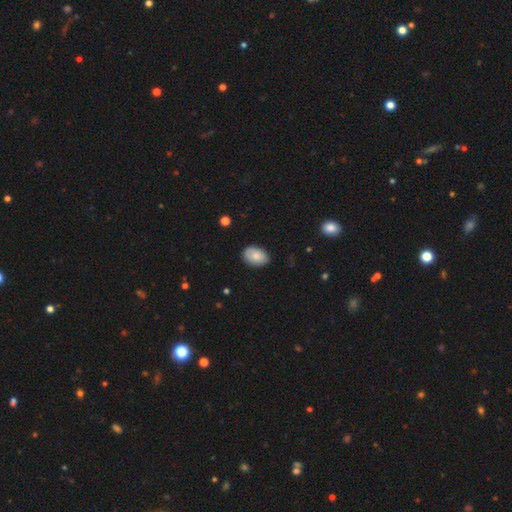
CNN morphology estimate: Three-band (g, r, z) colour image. It shows a smooth galaxy with no disk features (81%) that is in between round and cigar-shaped (84%). Merging: none (80%).